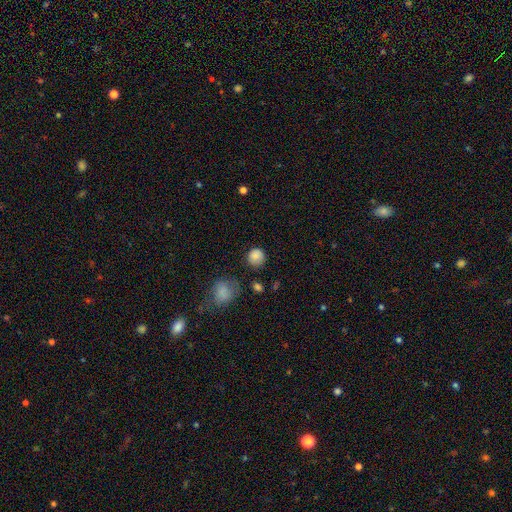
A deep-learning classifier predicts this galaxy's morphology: A smooth galaxy with no disk features (85%) that is round (90%).

Vote fractions:
- Smooth or featured? smooth: 85% / star or artifact: 10% / featured or disk: 5%
- How rounded? round: 90% / in between: 9% / cigar-shaped: 1%
- Merging? none: 78% / minor disturbance: 14% / major disturbance: 5% / merger: 3%